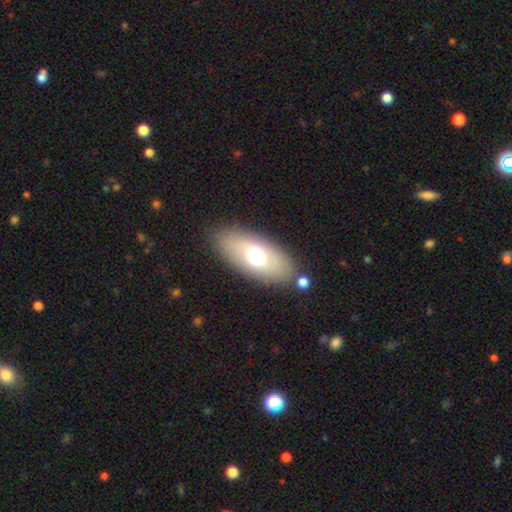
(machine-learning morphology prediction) The model was most divided on "smooth or featured": smooth: 62%, featured or disk: 29%, star or artifact: 9%. More confident: how rounded — in between (88%); merging — none (82%).